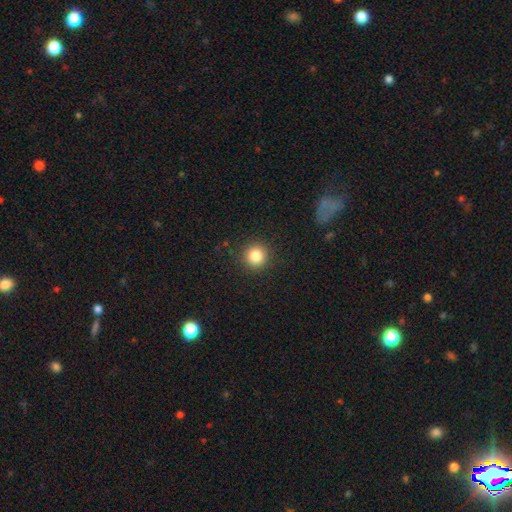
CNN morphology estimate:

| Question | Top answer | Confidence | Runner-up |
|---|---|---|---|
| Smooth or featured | smooth | 84% | star or artifact (11%) |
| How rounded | round | 93% | in between (6%) |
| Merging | none | 91% | minor disturbance (6%) |